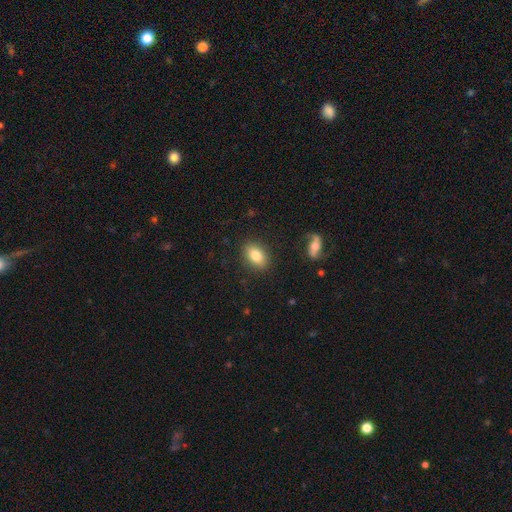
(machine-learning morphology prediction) Smooth or featured?
  - smooth: 80% *
  - featured or disk: 12%
  - star or artifact: 8%
How rounded?
  - in between: 85% *
  - round: 12%
  - cigar-shaped: 3%
Merging?
  - none: 87% *
  - minor disturbance: 9%
  - major disturbance: 3%
  - merger: 2%